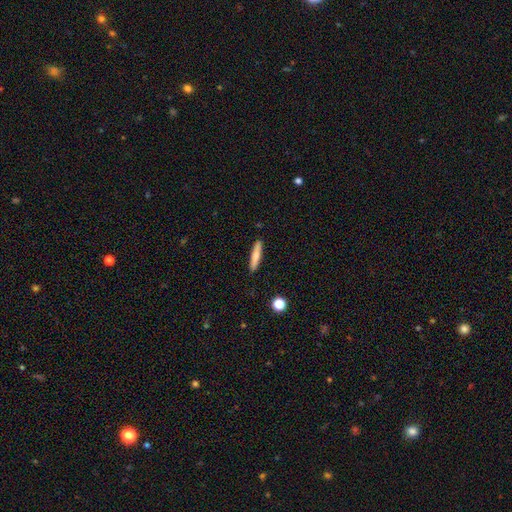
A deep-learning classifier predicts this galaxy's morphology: The model was most divided on "smooth or featured": smooth: 70%, featured or disk: 24%, star or artifact: 6%. More confident: merging — none (90%); how rounded — cigar-shaped (89%).